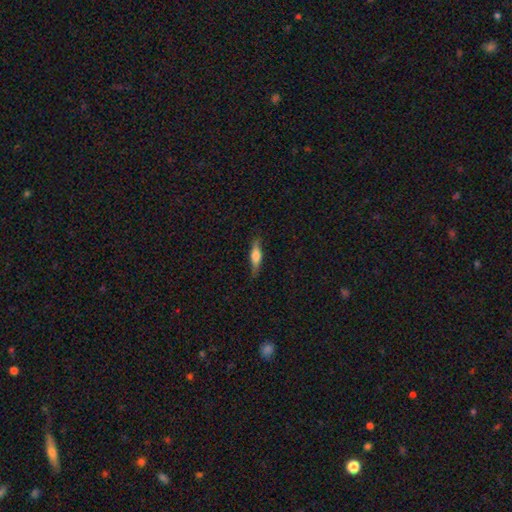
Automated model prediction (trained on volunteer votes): Overall: smooth (54%; featured or disk 39%). How rounded: cigar-shaped (63%; in between 34%). Merging: none (78%).